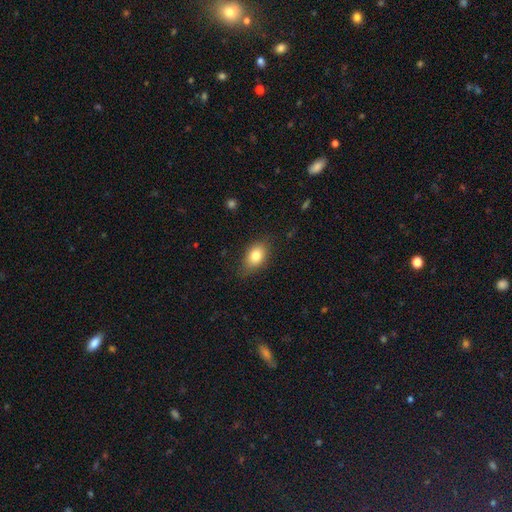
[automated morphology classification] Smooth or featured? smooth (81%)
How rounded? in between (83%)
Merging? none (77%)